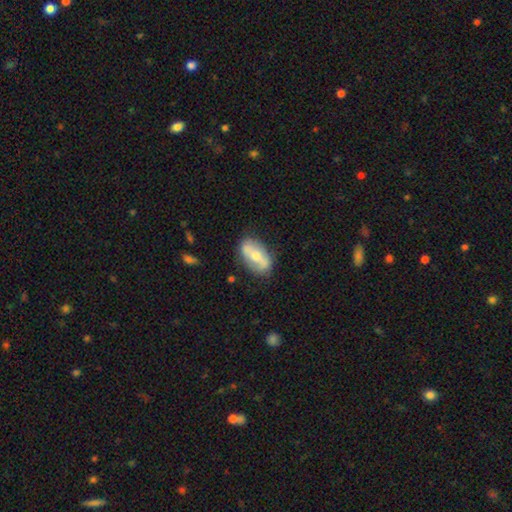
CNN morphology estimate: Smooth or featured? featured or disk (50%)
Edge-on disk? no (85%)
Merging? none (77%)